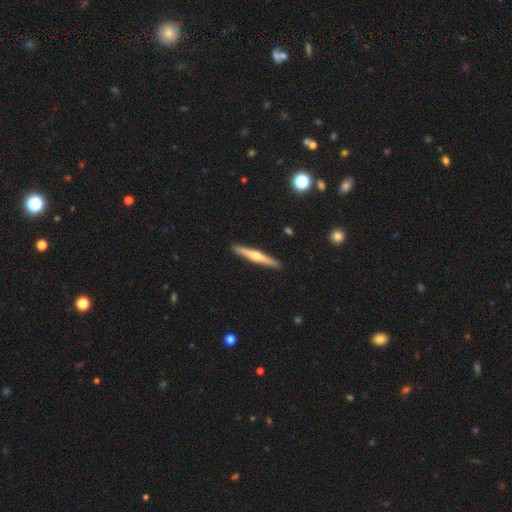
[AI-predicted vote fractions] Overall: featured or disk (63%; smooth 32%). Edge-on disk: yes (97%). Edge-on bulge: rounded (86%). Merging: none (92%).